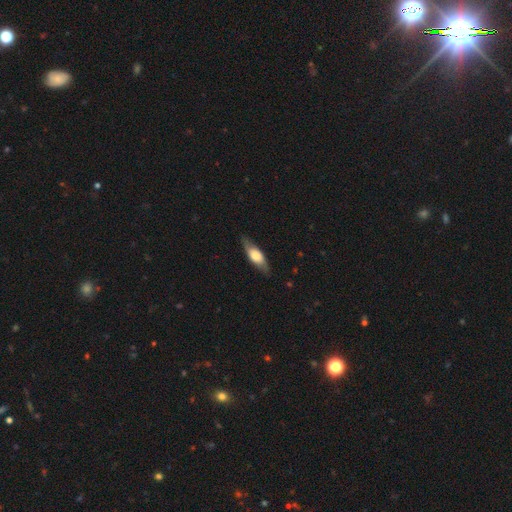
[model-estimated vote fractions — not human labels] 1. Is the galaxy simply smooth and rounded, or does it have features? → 54% smooth, 40% featured or disk, 6% star or artifact.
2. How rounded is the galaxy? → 62% in between, 34% cigar-shaped, 3% round.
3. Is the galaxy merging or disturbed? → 80% none, 15% minor disturbance, 4% major disturbance, 1% merger.